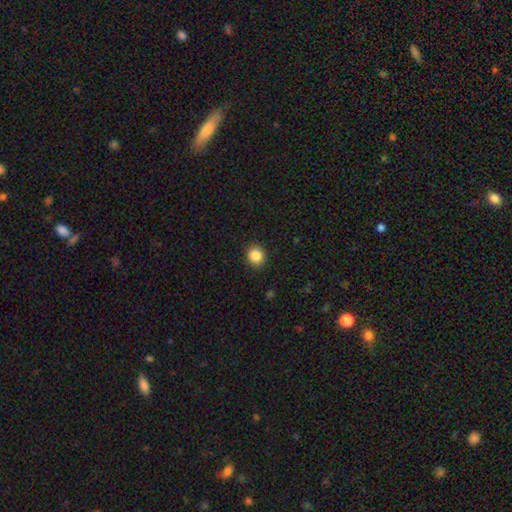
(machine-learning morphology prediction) The model was most divided on "how rounded": round: 84%, in between: 15%, cigar-shaped: 1%. More confident: merging — none (91%); smooth or featured — smooth (86%).